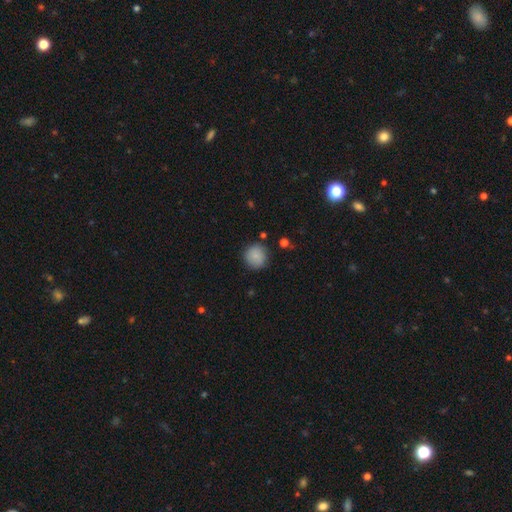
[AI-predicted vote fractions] The model was most divided on "merging": none: 85%, minor disturbance: 11%, major disturbance: 3%, merger: 2%. More confident: how rounded — round (92%); smooth or featured — smooth (84%).